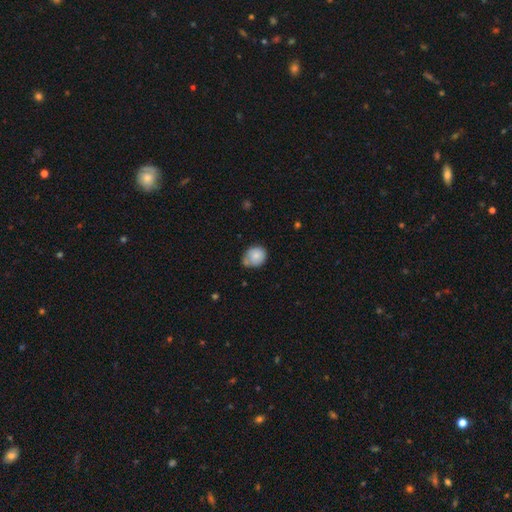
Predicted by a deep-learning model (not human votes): Q: Smooth or featured?
A: smooth (80%); runner-up: featured or disk (12%)
Q: How rounded?
A: round (72%); runner-up: in between (27%)
Q: Merging?
A: none (53%); runner-up: minor disturbance (29%)